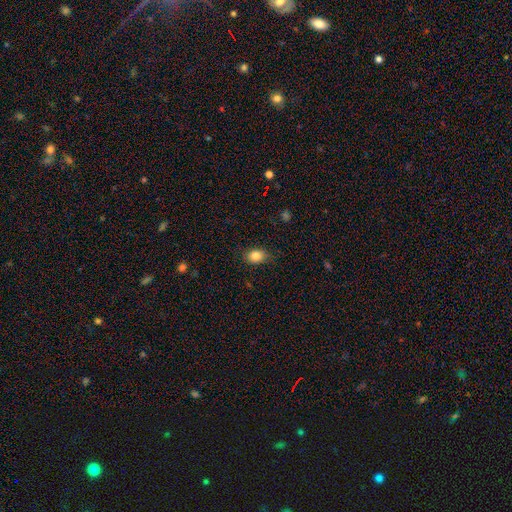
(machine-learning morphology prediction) A smooth galaxy with no disk features (84%) that is in between round and cigar-shaped (65%).

Vote fractions:
- Smooth or featured? smooth: 84% / star or artifact: 10% / featured or disk: 6%
- How rounded? in between: 65% / round: 33% / cigar-shaped: 1%
- Merging? none: 80% / minor disturbance: 16% / major disturbance: 3% / merger: 1%